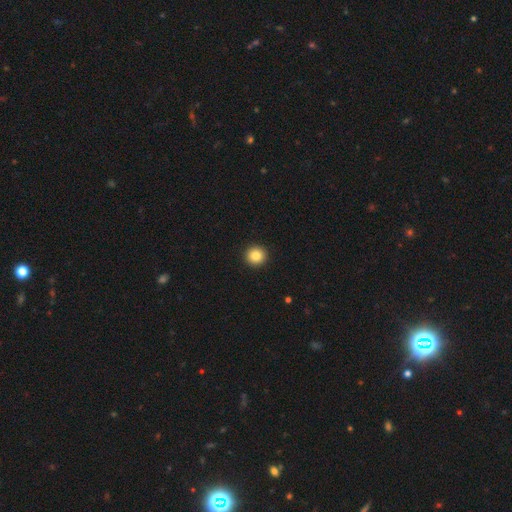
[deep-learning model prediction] The model was most divided on "smooth or featured": smooth: 85%, star or artifact: 10%, featured or disk: 5%. More confident: how rounded — round (95%); merging — none (94%).